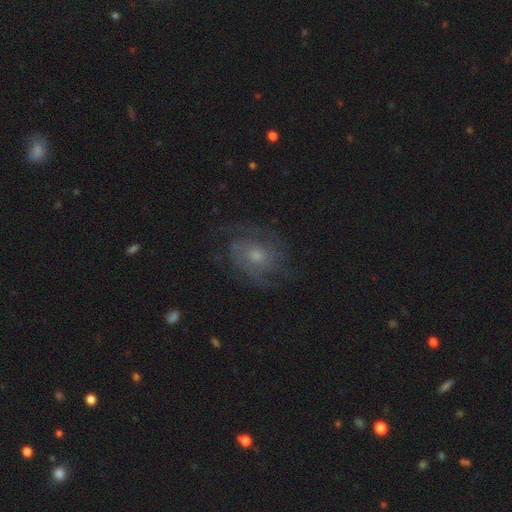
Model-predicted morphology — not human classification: smooth_or_featured: featured or disk (p=0.74) [alt: smooth p=0.16]
disk_edge_on: no (p=0.97) [alt: yes p=0.03]
bar: no (p=0.72) [alt: weak p=0.24]
has_spiral_arms: yes (p=0.90) [alt: no p=0.10]
spiral_winding: tight (p=0.43) [alt: medium p=0.42]
spiral_arm_count: 2 (p=0.38) [alt: can't tell p=0.31]
bulge_size: moderate (p=0.48) [alt: small p=0.42]
merging: none (p=0.70) [alt: minor disturbance p=0.17]